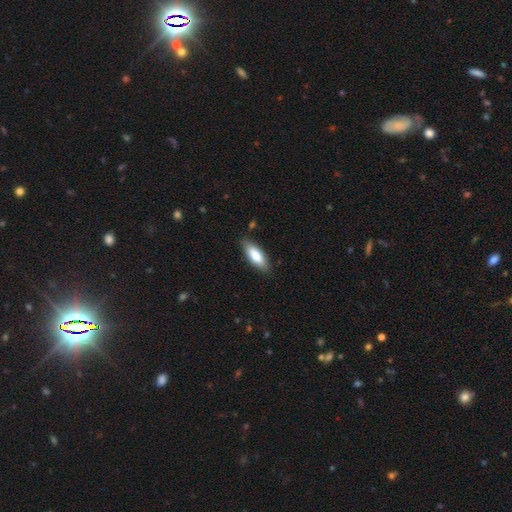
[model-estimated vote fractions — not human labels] Smooth or featured?
  - smooth: 79% *
  - featured or disk: 15%
  - star or artifact: 6%
How rounded?
  - in between: 69% *
  - cigar-shaped: 29%
  - round: 2%
Merging?
  - none: 84% *
  - minor disturbance: 13%
  - major disturbance: 2%
  - merger: 1%